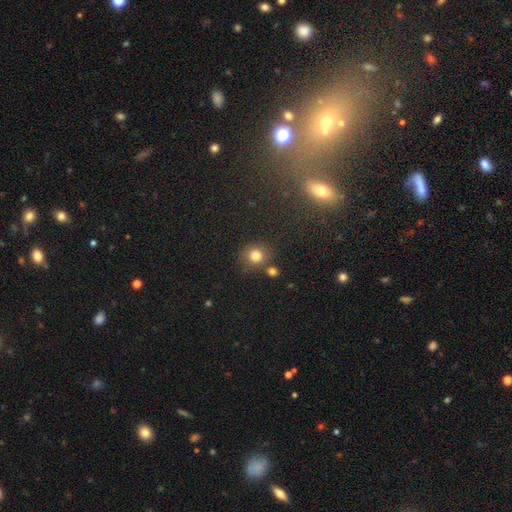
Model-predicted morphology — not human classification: Smooth or featured?
  - smooth: 79% *
  - star or artifact: 14%
  - featured or disk: 7%
How rounded?
  - round: 87% *
  - in between: 12%
  - cigar-shaped: 1%
Merging?
  - none: 72% *
  - merger: 12%
  - minor disturbance: 12%
  - major disturbance: 4%